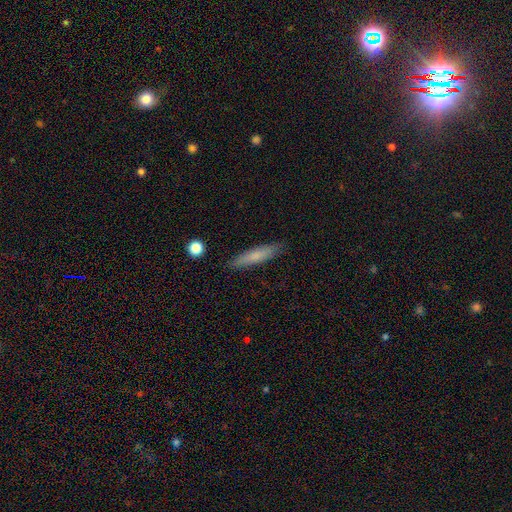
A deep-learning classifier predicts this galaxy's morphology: Smooth or featured? smooth (70%)
How rounded? cigar-shaped (86%)
Merging? none (88%)